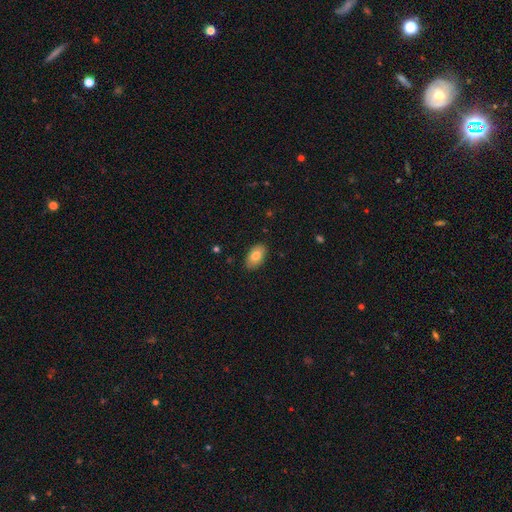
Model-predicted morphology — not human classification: Smooth or featured?
  - smooth: 79% *
  - featured or disk: 14%
  - star or artifact: 7%
How rounded?
  - in between: 93% *
  - round: 5%
  - cigar-shaped: 2%
Merging?
  - none: 88% *
  - minor disturbance: 9%
  - major disturbance: 2%
  - merger: 1%